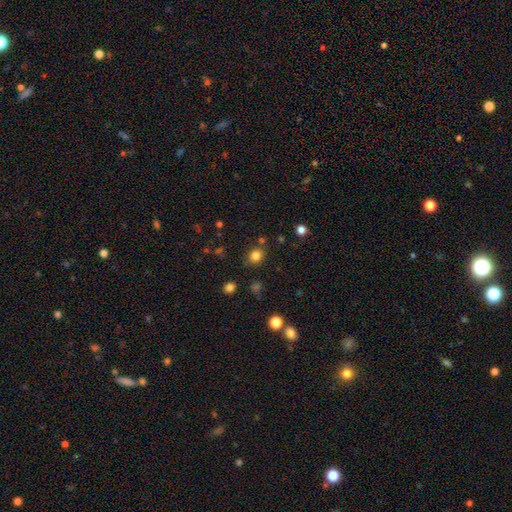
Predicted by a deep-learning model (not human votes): Smooth or featured? Predicted: smooth (p=0.81). How rounded? Predicted: round (p=0.64). Merging? Predicted: none (p=0.78).